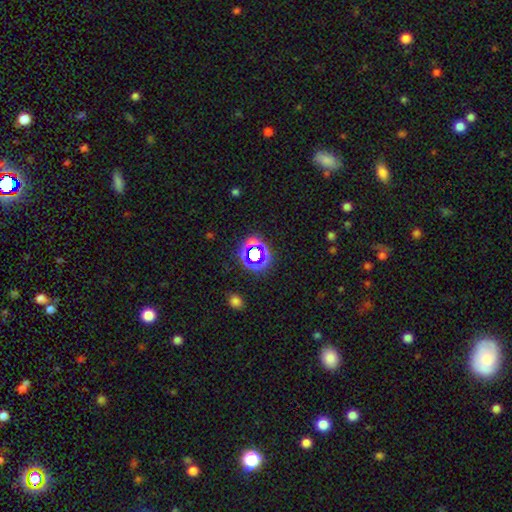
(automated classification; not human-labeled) Smooth or featured? star or artifact (65%)